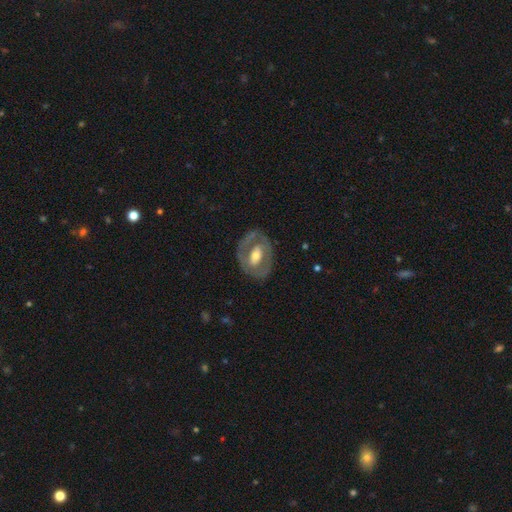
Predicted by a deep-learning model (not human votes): Morphology: type=featured or disk (64%); edge-on=no (93%); bar=no (45%); spiral arms=no (72%); bulge=moderate (61%); merging=none (72%).